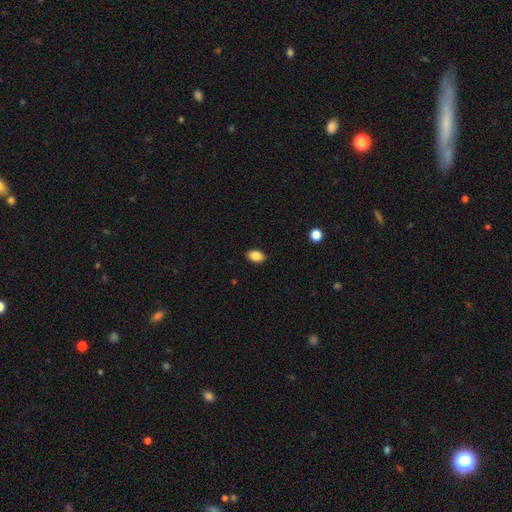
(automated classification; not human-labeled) Morphology: type=smooth (87%); roundness=in between (87%); merging=none (89%).